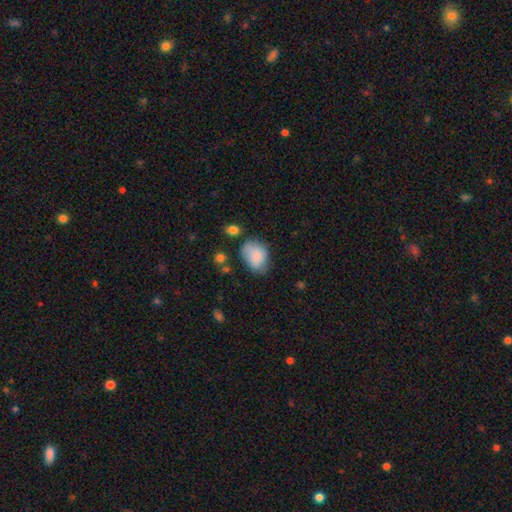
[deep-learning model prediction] Smooth or featured? Predicted: smooth (p=0.83). How rounded? Predicted: in between (p=0.73). Merging? Predicted: none (p=0.54).